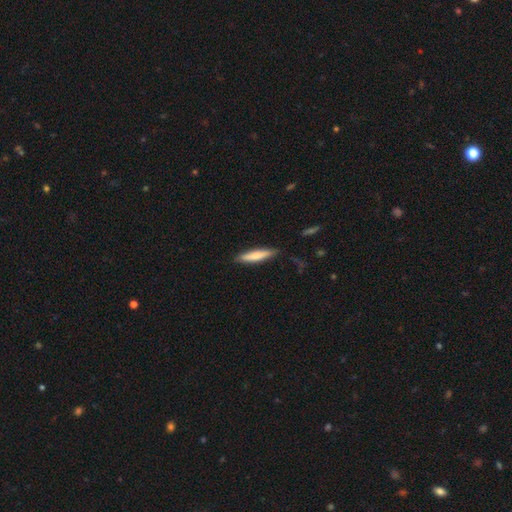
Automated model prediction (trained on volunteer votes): This appears to be a smooth galaxy with no disk features (72%) that is cigar-shaped (86%). Merging: none (83%).